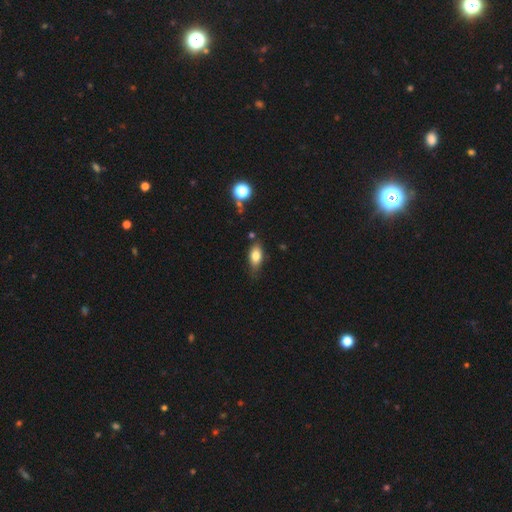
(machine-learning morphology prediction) Overall: smooth (79%). How rounded: in between (85%). Merging: none (72%).